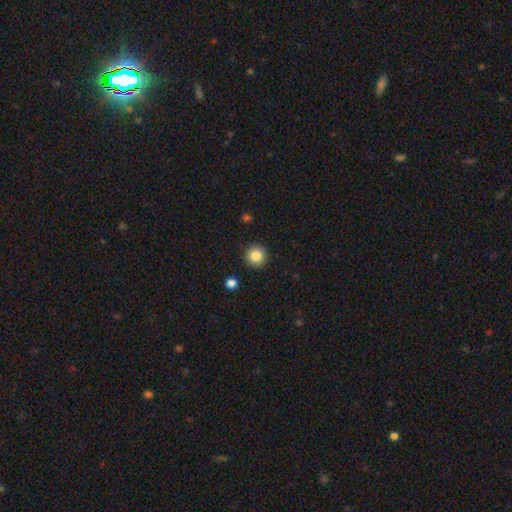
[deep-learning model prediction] A smooth galaxy with no disk features (84%) that is round (95%). Merging: none (92%).